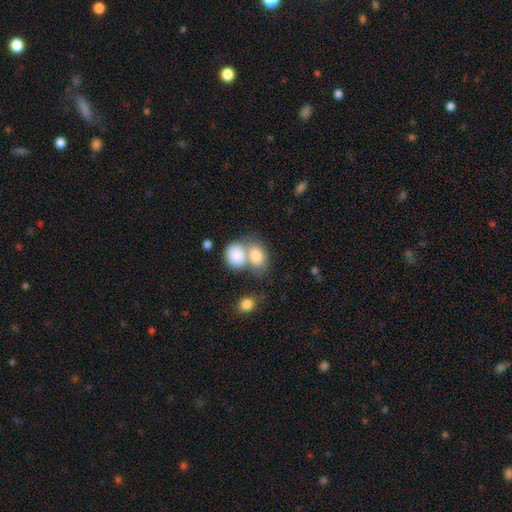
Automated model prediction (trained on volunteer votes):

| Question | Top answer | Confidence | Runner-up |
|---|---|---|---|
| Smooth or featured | smooth | 82% | featured or disk (11%) |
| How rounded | in between | 68% | round (31%) |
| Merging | merger | 59% | none (27%) |